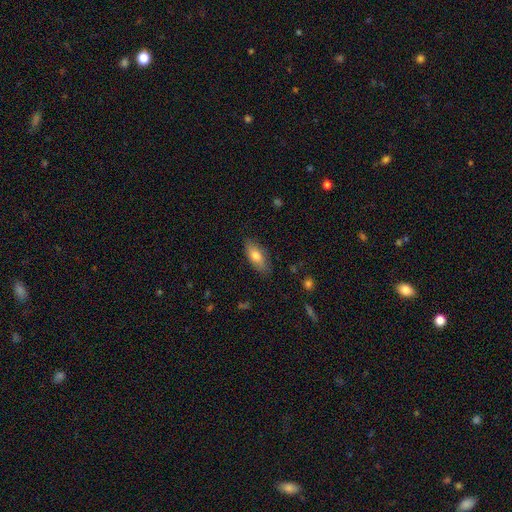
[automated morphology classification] smooth_or_featured: smooth (p=0.74) [alt: featured or disk p=0.20]
how_rounded: in between (p=0.80) [alt: cigar-shaped p=0.17]
merging: none (p=0.83) [alt: minor disturbance p=0.13]